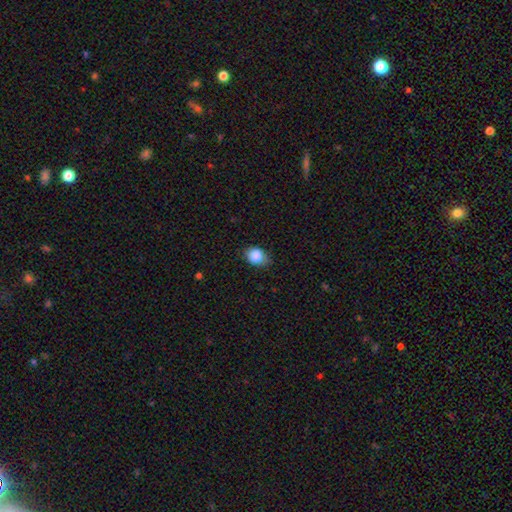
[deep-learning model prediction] smooth 86%, star or artifact 9%, featured or disk 5%. Down the decision tree: how rounded — in between (53%); merging — none (68%).